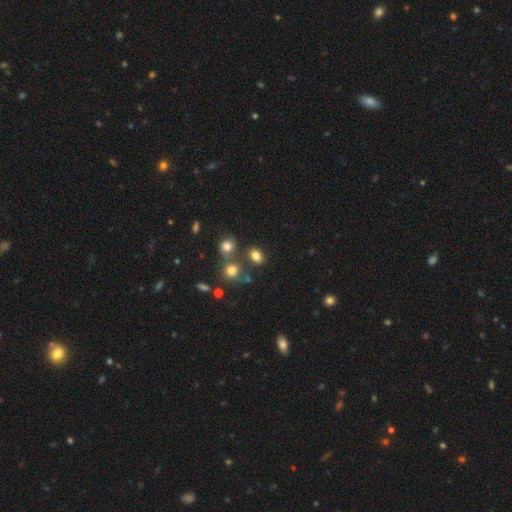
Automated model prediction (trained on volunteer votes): This appears to be a smooth galaxy with no disk features (80%) that is in between round and cigar-shaped (70%). Merging: none (68%).